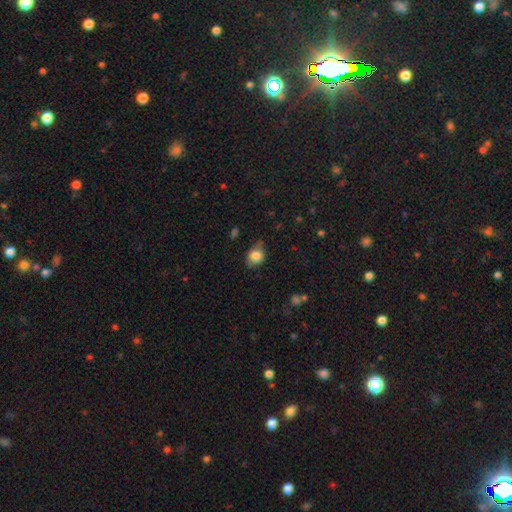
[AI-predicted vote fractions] The model was most divided on "how rounded": round: 65%, in between: 34%, cigar-shaped: 1%. More confident: smooth or featured — smooth (82%); merging — none (65%).